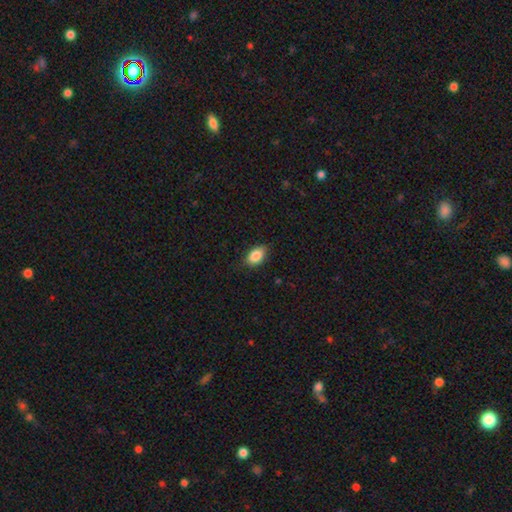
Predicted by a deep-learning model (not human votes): smooth_or_featured: smooth (p=0.87) [alt: star or artifact p=0.07]
how_rounded: in between (p=0.89) [alt: round p=0.08]
merging: none (p=0.83) [alt: minor disturbance p=0.13]